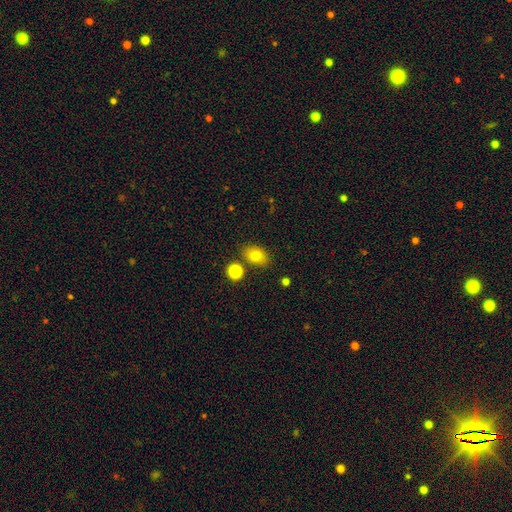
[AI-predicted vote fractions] The model was most divided on "how rounded": in between: 77%, round: 22%, cigar-shaped: 2%. More confident: merging — none (79%); smooth or featured — smooth (79%).